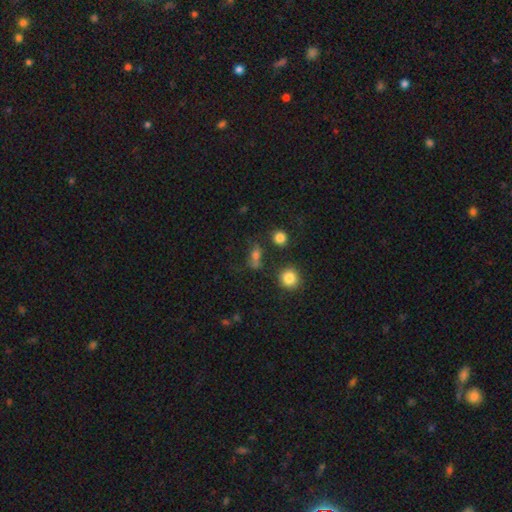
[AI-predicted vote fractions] The model was most divided on "how rounded": in between: 54%, round: 37%, cigar-shaped: 9%. More confident: smooth or featured — smooth (66%); merging — none (61%).